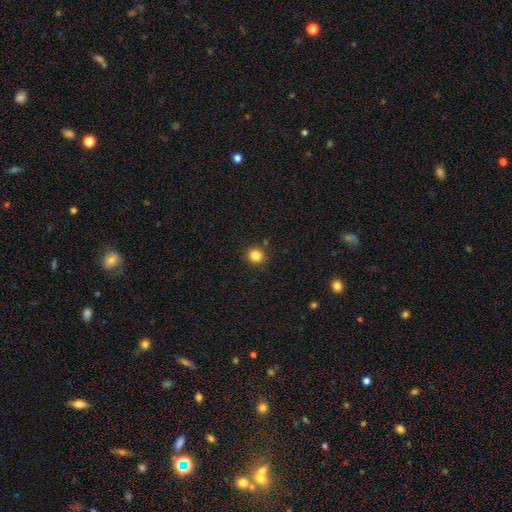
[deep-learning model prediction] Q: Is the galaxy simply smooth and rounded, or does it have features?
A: smooth — 83%.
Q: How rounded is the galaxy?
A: round — 90%.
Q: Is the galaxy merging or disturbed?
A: none — 89%.